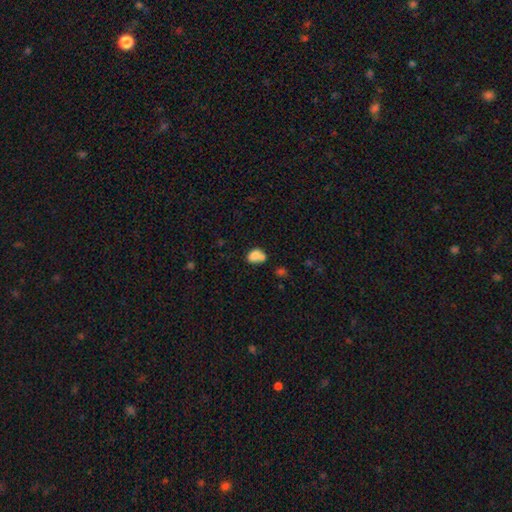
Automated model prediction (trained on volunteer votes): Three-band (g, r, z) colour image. It shows a smooth galaxy with no disk features (78%) that is in between round and cigar-shaped (64%). Merging: merger (50%).